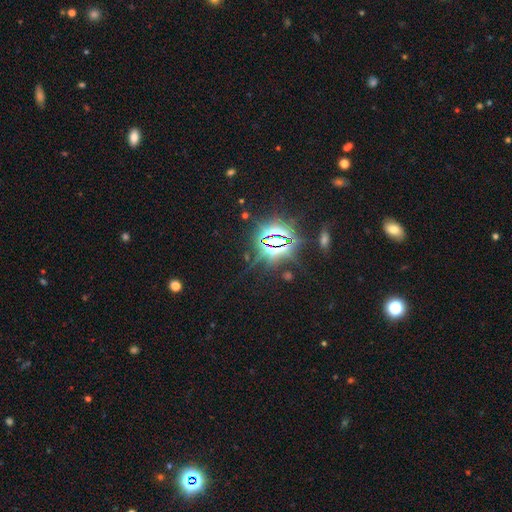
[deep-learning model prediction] This appears to be a star or artifact, not a galaxy (84%).